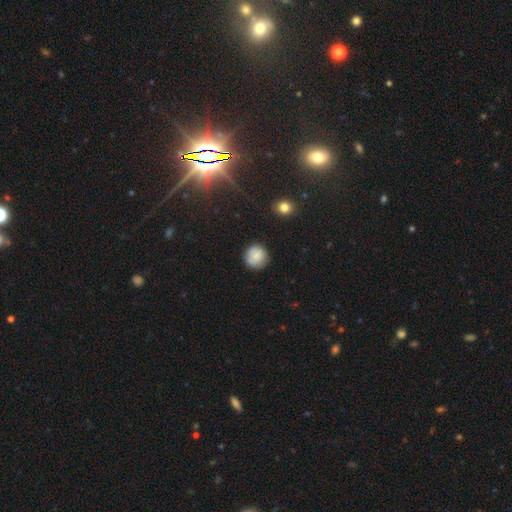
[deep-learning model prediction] Overall: smooth (78%). How rounded: round (93%). Merging: none (80%).